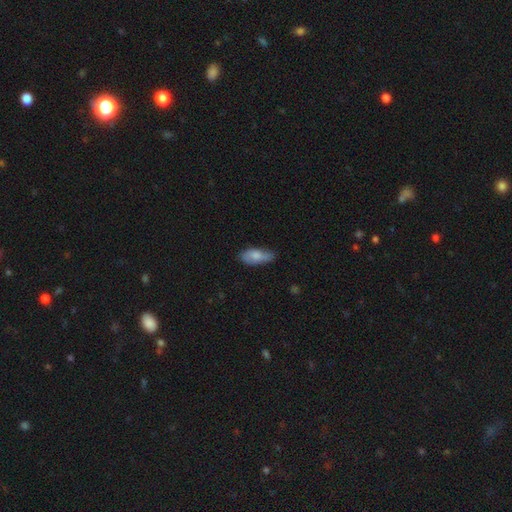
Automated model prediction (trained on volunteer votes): A smooth galaxy with no disk features (76%) that is in between round and cigar-shaped (81%). Merging: none (60%).